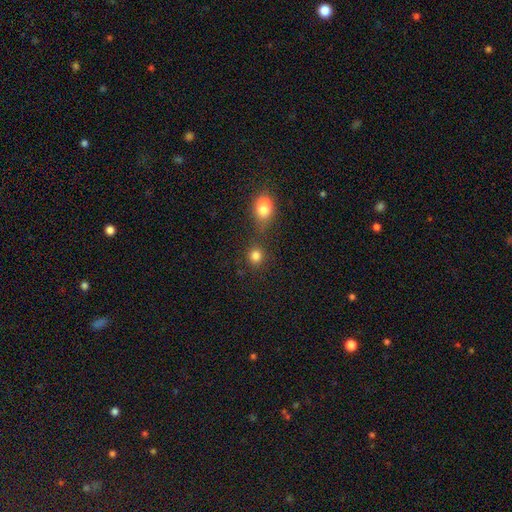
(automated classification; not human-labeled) A smooth galaxy with no disk features (80%) that is round (86%).

Vote fractions:
- Smooth or featured? smooth: 80% / star or artifact: 13% / featured or disk: 6%
- How rounded? round: 86% / in between: 13% / cigar-shaped: 1%
- Merging? none: 69% / merger: 18% / minor disturbance: 9% / major disturbance: 4%